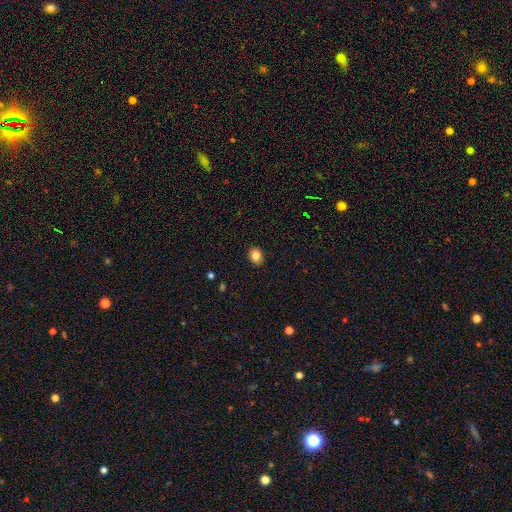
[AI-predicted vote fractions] This appears to be a smooth galaxy with no disk features (84%) that is in between round and cigar-shaped (55%). Merging: none (90%).